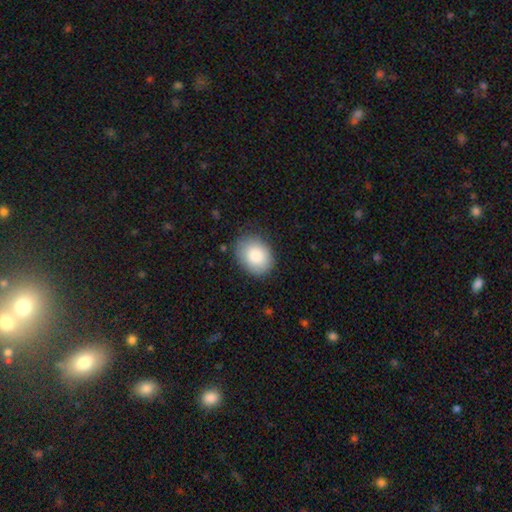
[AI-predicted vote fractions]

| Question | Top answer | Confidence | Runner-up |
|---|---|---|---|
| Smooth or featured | smooth | 84% | featured or disk (9%) |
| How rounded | in between | 60% | round (39%) |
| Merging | none | 82% | minor disturbance (13%) |